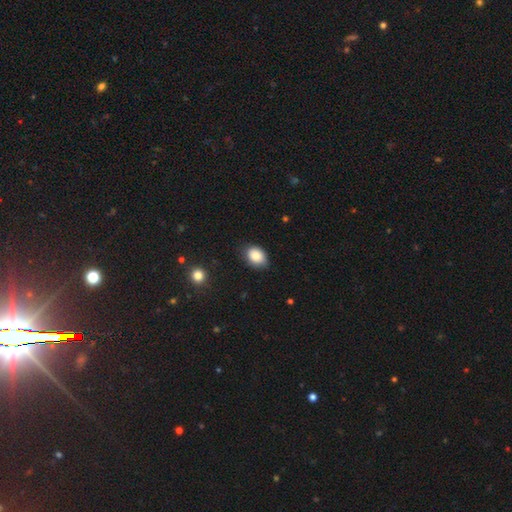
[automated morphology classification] Smooth or featured? smooth (86%)
How rounded? in between (71%)
Merging? none (74%)